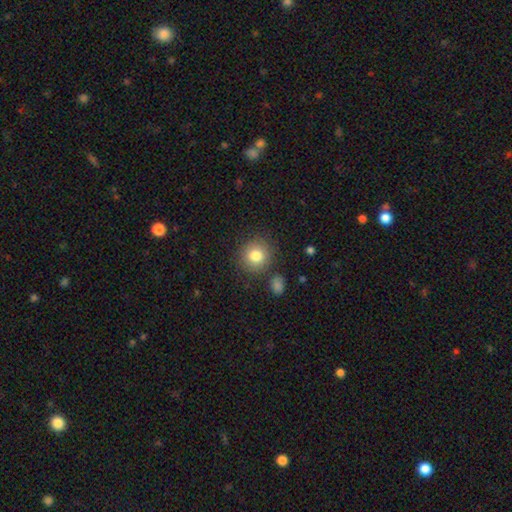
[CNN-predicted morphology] type=smooth (81%); roundness=round (89%); merging=none (85%).